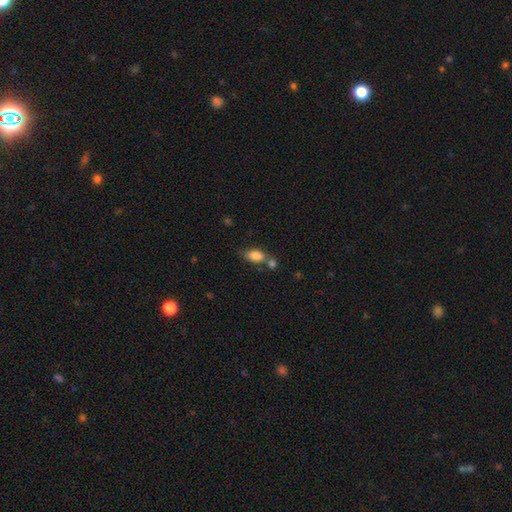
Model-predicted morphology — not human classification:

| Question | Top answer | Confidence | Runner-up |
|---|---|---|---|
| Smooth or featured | smooth | 84% | star or artifact (8%) |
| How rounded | in between | 88% | round (7%) |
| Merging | none | 55% | merger (26%) |